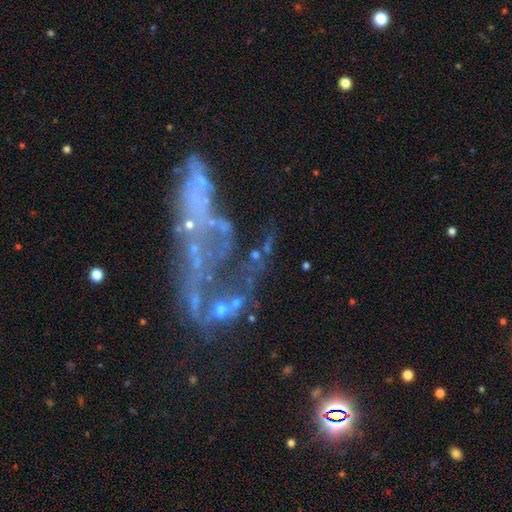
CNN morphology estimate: Q: Smooth or featured?
A: featured or disk (45%); runner-up: star or artifact (33%)
Q: Merging?
A: none (39%); runner-up: major disturbance (25%)